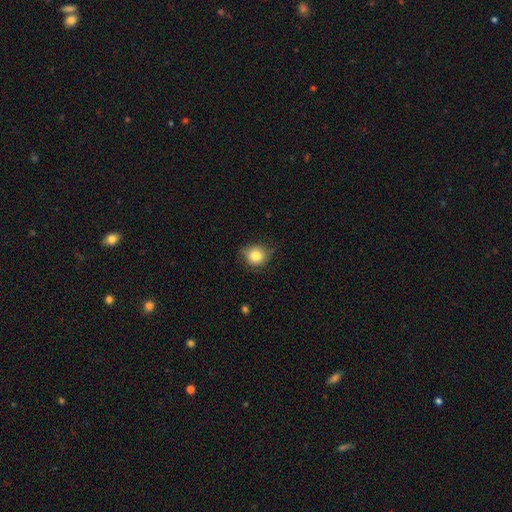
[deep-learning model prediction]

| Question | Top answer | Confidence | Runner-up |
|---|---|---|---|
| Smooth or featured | smooth | 81% | featured or disk (10%) |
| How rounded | round | 77% | in between (22%) |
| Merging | none | 67% | minor disturbance (27%) |